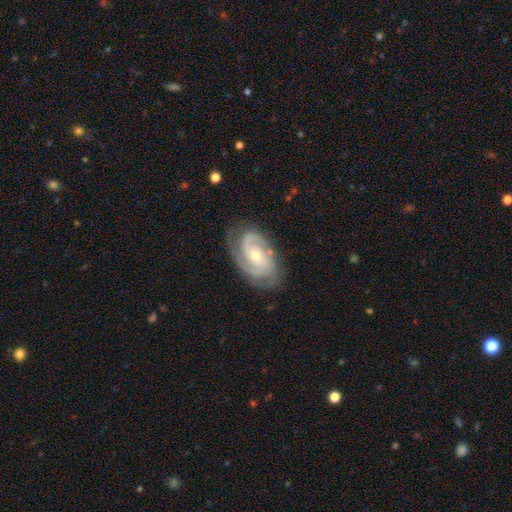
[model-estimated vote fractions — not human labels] featured or disk 88%, smooth 7%, star or artifact 5%. Down the decision tree: edge-on disk — no (97%); bar — no (63%); spiral arms — yes (97%); spiral arm count — 2 (51%); spiral winding — tight (56%); bulge size — small (56%); merging — none (76%).